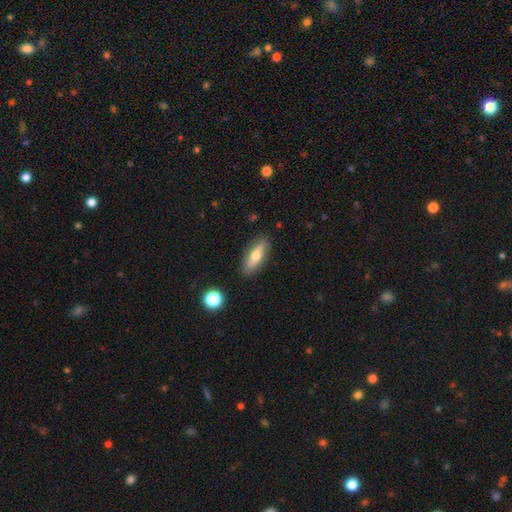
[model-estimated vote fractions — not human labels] Overall: smooth (60%; featured or disk 33%). How rounded: in between (52%; cigar-shaped 45%). Merging: none (85%).